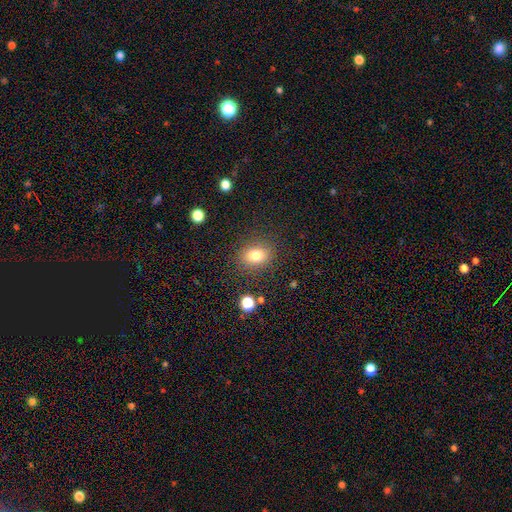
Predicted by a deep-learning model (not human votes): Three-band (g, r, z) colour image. It shows a smooth galaxy with no disk features (78%) that is in between round and cigar-shaped (52%). Merging: none (85%).